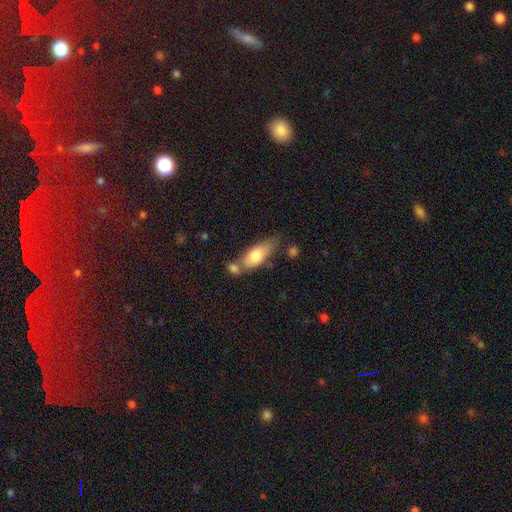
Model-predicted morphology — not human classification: A smooth galaxy with no disk features (75%) that is in between round and cigar-shaped (79%). Merging: none (43%).